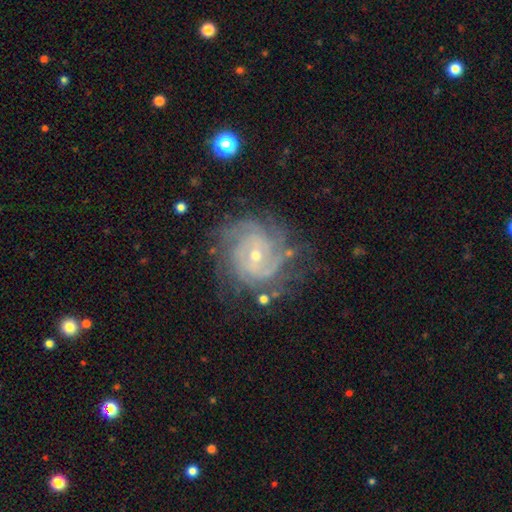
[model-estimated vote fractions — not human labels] Smooth or featured? featured or disk (87%)
Edge-on disk? no (97%)
Bar? no (59%)
Spiral arms? yes (96%)
Spiral winding? tight (70%)
Spiral arm count? can't tell (30%)
Bulge size? small (64%)
Merging? none (70%)